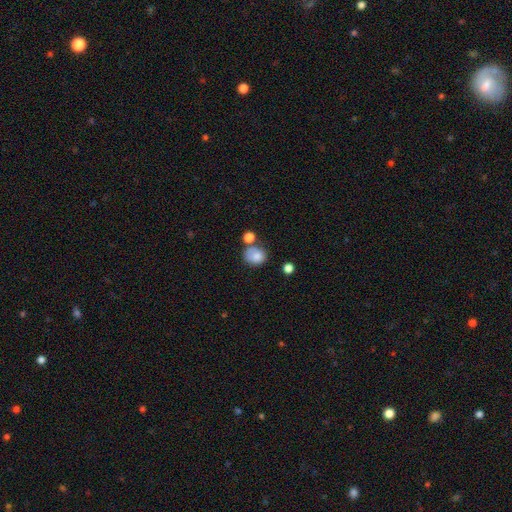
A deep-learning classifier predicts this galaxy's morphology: Q: Smooth or featured?
A: smooth (79%); runner-up: featured or disk (11%)
Q: How rounded?
A: round (64%); runner-up: in between (35%)
Q: Merging?
A: none (48%); runner-up: merger (22%)